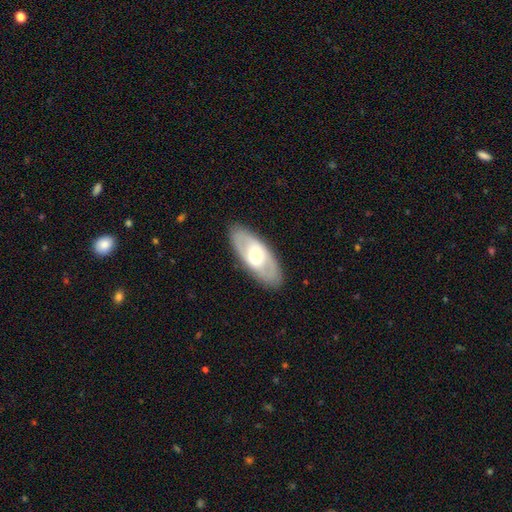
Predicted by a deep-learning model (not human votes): This is possibly a featured or disk galaxy (53%). It is clearly not viewed edge-on (80%). Merging: clearly none (87%).